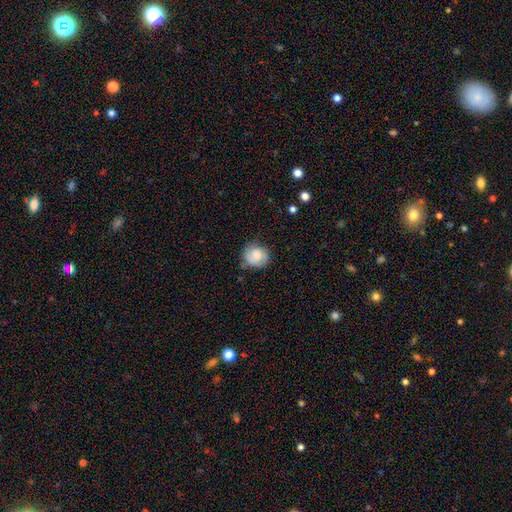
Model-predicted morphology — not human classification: smooth-or-featured: smooth: 72% | featured or disk: 20% | star or artifact: 8%
  how-rounded: round: 77% | in between: 22% | cigar-shaped: 1%
  merging: none: 63% | minor disturbance: 28% | major disturbance: 7% | merger: 2%